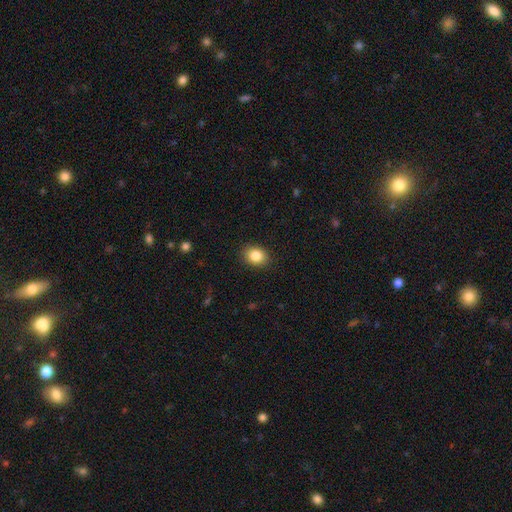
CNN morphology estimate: A smooth galaxy with no disk features (86%) that is in between round and cigar-shaped (57%).

Vote fractions:
- Smooth or featured? smooth: 86% / star or artifact: 9% / featured or disk: 5%
- How rounded? in between: 57% / round: 42% / cigar-shaped: 1%
- Merging? none: 88% / minor disturbance: 9% / major disturbance: 2% / merger: 1%